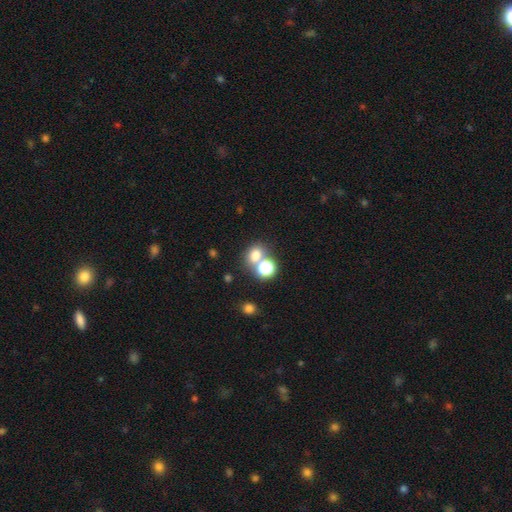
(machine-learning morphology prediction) Smooth or featured: smooth — 71% (star or artifact — 20%)
How rounded: round — 60% (in between — 39%)
Merging: none — 53% (merger — 35%)